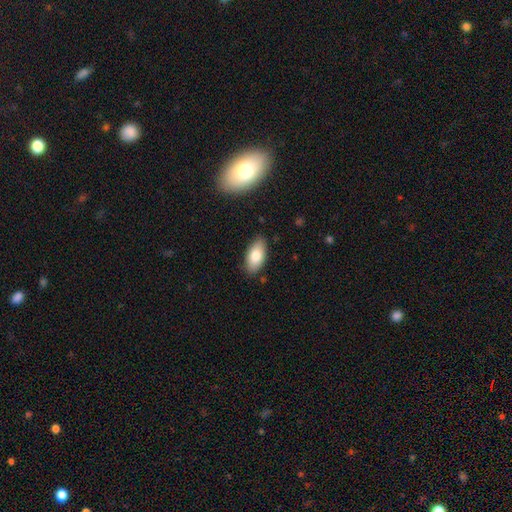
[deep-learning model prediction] This is clearly a smooth galaxy (80%). How rounded: clearly in between (92%). Merging: clearly none (84%).